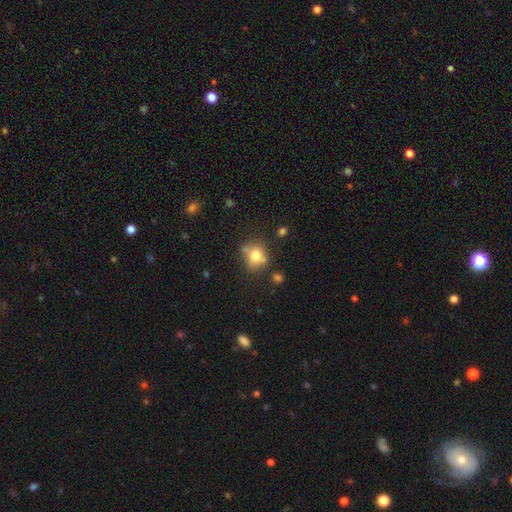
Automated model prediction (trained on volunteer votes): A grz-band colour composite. It shows a smooth galaxy with no disk features (73%) that is round (75%). Merging: none (63%).